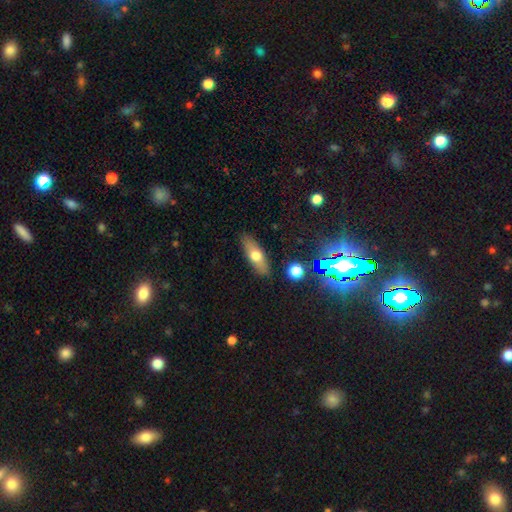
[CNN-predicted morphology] The model was most divided on "how rounded": in between: 57%, cigar-shaped: 39%, round: 4%. More confident: merging — none (87%); smooth or featured — smooth (61%).